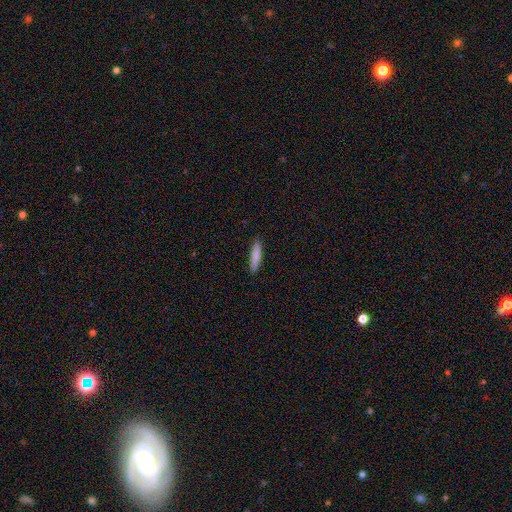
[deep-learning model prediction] smooth-or-featured: smooth: 82% | featured or disk: 12% | star or artifact: 6%
  how-rounded: cigar-shaped: 87% | in between: 12% | round: 1%
  merging: none: 90% | minor disturbance: 7% | major disturbance: 2% | merger: 1%